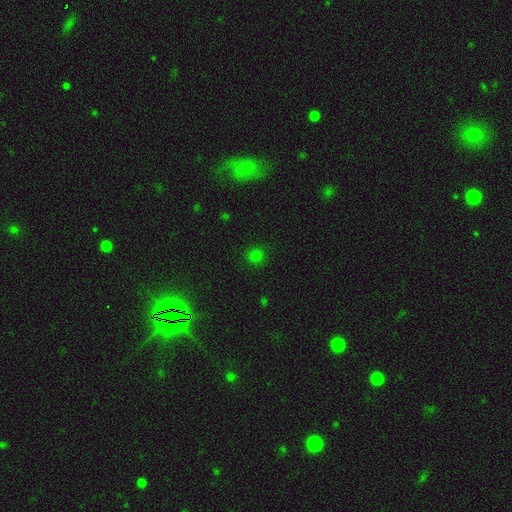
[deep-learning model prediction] Smooth or featured?
  - smooth: 75% *
  - star or artifact: 21%
  - featured or disk: 4%
How rounded?
  - round: 90% *
  - in between: 9%
  - cigar-shaped: 1%
Merging?
  - none: 89% *
  - minor disturbance: 7%
  - major disturbance: 2%
  - merger: 1%